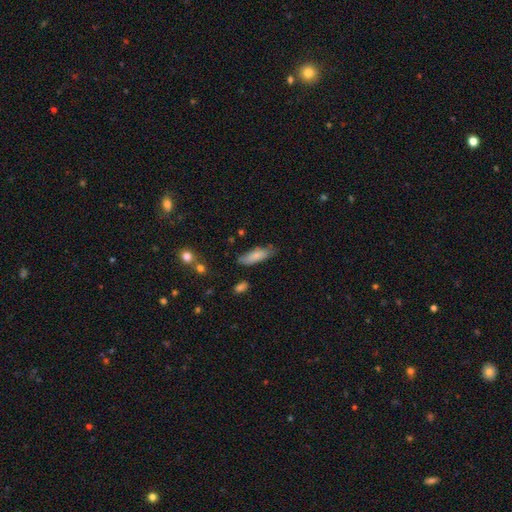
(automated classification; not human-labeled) This appears to be a smooth galaxy with no disk features (81%) that is in between round and cigar-shaped (59%). Merging: none (70%).